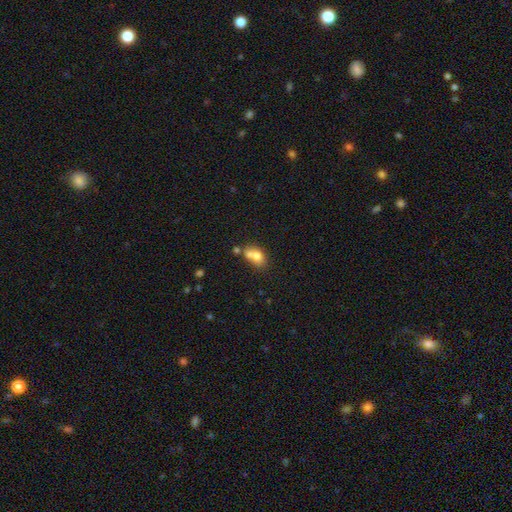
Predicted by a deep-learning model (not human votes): Smooth or featured? smooth (71%)
How rounded? in between (63%)
Merging? merger (54%)